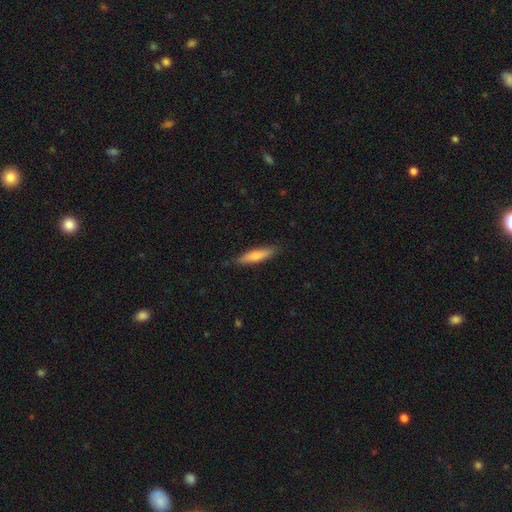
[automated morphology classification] Smooth or featured: smooth — 69% (featured or disk — 25%)
How rounded: cigar-shaped — 78% (in between — 21%)
Merging: none — 84% (minor disturbance — 13%)